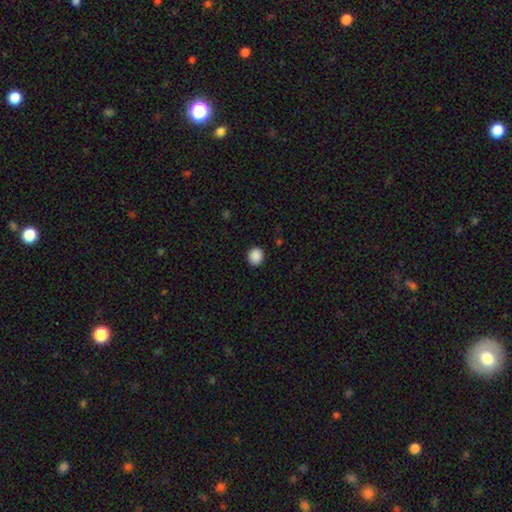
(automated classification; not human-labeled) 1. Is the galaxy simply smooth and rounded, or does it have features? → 89% smooth, 9% star or artifact, 2% featured or disk.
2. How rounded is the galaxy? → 82% round, 17% in between, 1% cigar-shaped.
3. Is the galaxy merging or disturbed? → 91% none, 6% minor disturbance, 2% major disturbance, 1% merger.